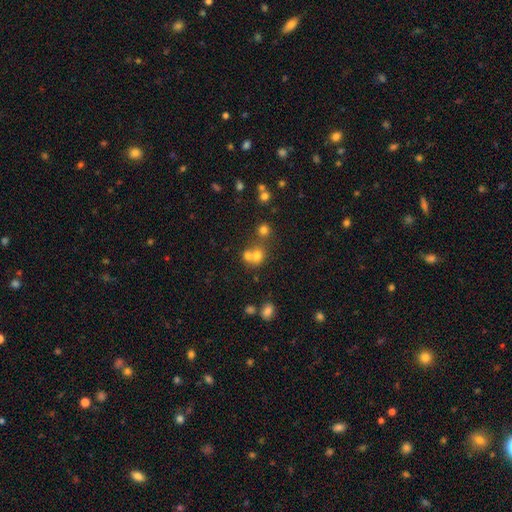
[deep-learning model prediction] smooth-or-featured: smooth: 68% | star or artifact: 19% | featured or disk: 13%
  how-rounded: round: 81% | in between: 18% | cigar-shaped: 1%
  merging: none: 45% (tied) | merger: 45% (tied) | minor disturbance: 7% | major disturbance: 3%